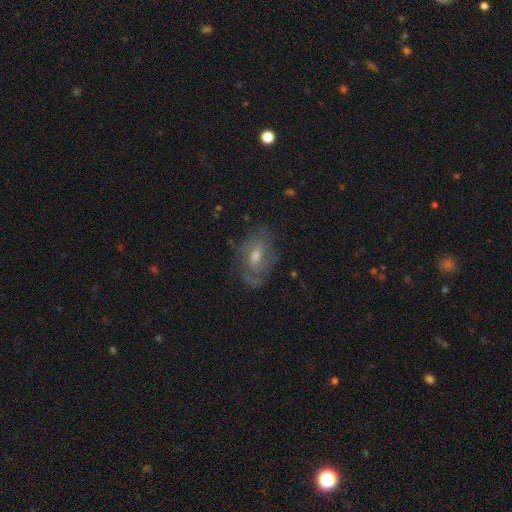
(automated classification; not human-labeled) Overall: featured or disk (66%). Edge-on disk: no (93%). Bar: no (49%; weak 42%). Spiral arms: yes (77%). Bulge size: moderate (60%; small 30%). Merging: none (67%).